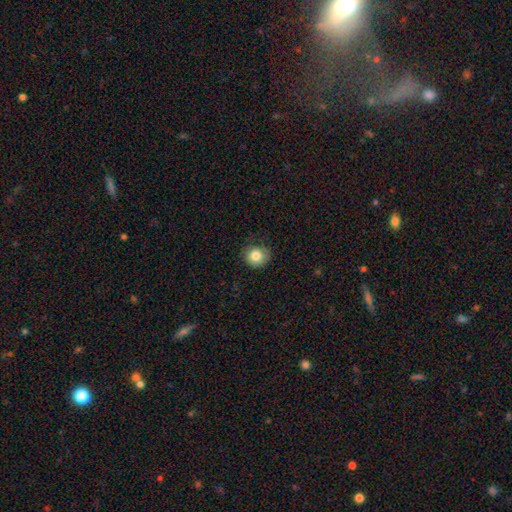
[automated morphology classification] This is clearly a smooth galaxy (83%). How rounded: clearly round (87%). Merging: likely none (78%).